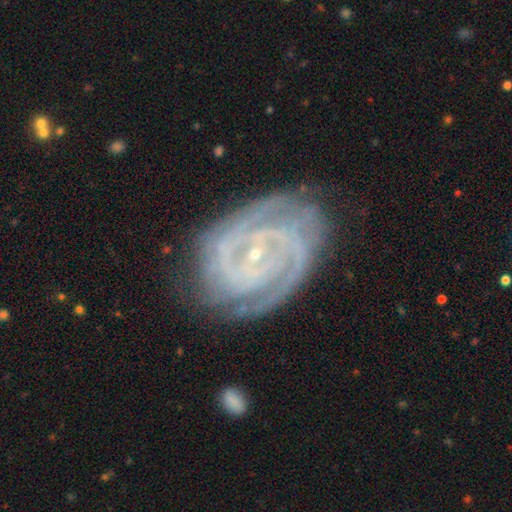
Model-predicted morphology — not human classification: smooth_or_featured: featured or disk (p=0.91) [alt: star or artifact p=0.06]
disk_edge_on: no (p=0.98) [alt: yes p=0.02]
bar: no (p=0.52) [alt: weak p=0.31]
has_spiral_arms: yes (p=0.99) [alt: no p=0.01]
spiral_winding: tight (p=0.75) [alt: medium p=0.22]
spiral_arm_count: 2 (p=0.43) [alt: 3 p=0.22]
bulge_size: small (p=0.88) [alt: moderate p=0.08]
merging: none (p=0.77) [alt: minor disturbance p=0.17]